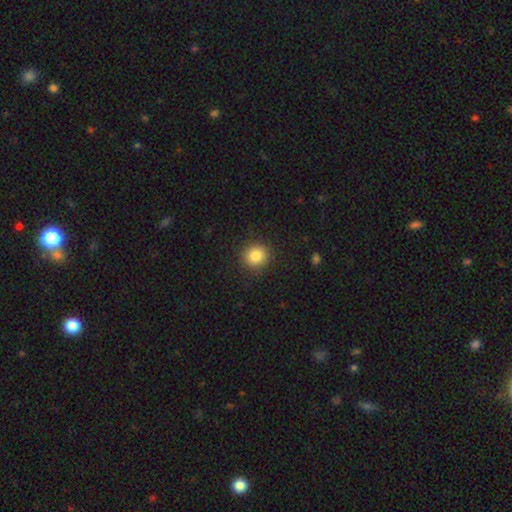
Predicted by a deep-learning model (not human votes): smooth_or_featured: smooth (p=0.85) [alt: star or artifact p=0.10]
how_rounded: round (p=0.89) [alt: in between p=0.10]
merging: none (p=0.90) [alt: minor disturbance p=0.07]